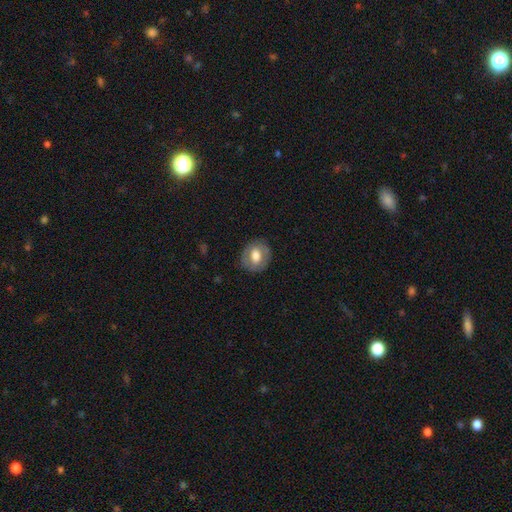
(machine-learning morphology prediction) Overall: smooth (56%; featured or disk 37%). How rounded: round (51%; in between 47%). Merging: none (82%).